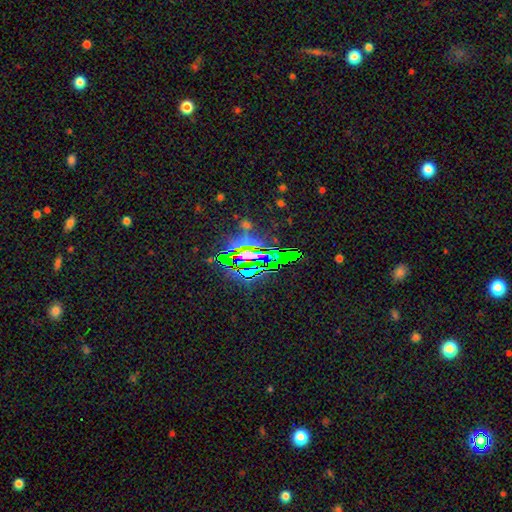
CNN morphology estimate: The model was most divided on "smooth or featured": star or artifact: 80%, featured or disk: 10%, smooth: 9%.